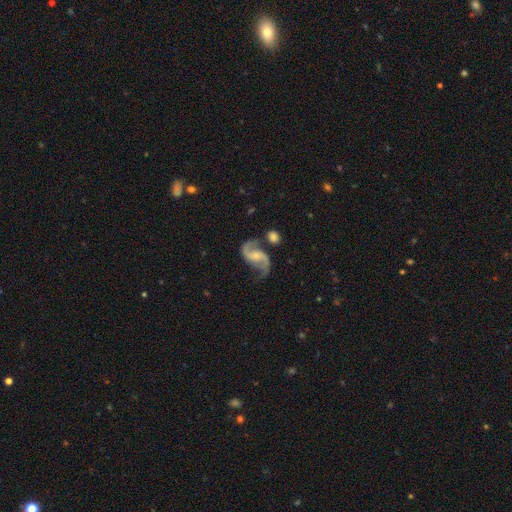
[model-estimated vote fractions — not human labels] The model was most divided on "bar": no: 44%, weak: 41%, strong: 15%. More confident: edge-on disk — no (98%); spiral arms — yes (97%); spiral arm count — 2 (93%); smooth or featured — featured or disk (90%); merging — none (61%); spiral winding — loose (55%); bulge size — small (54%).